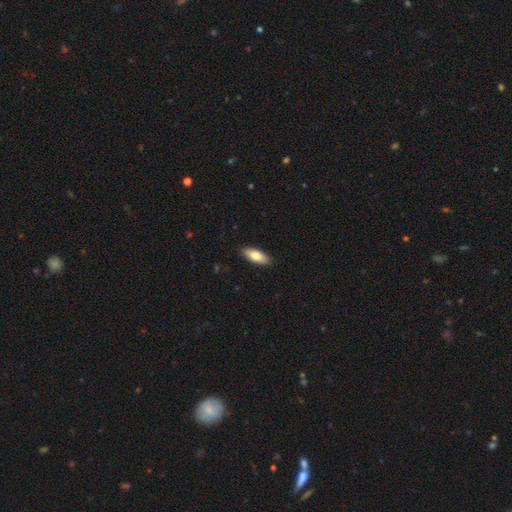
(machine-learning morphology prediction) A smooth galaxy with no disk features (77%) that is in between round and cigar-shaped (76%). Merging: none (89%).